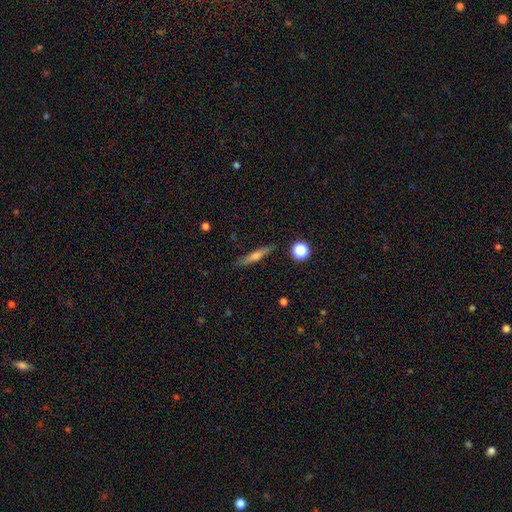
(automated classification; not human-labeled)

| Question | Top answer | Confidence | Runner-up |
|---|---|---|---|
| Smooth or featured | featured or disk | 49% | smooth (42%) |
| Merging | none | 88% | minor disturbance (8%) |